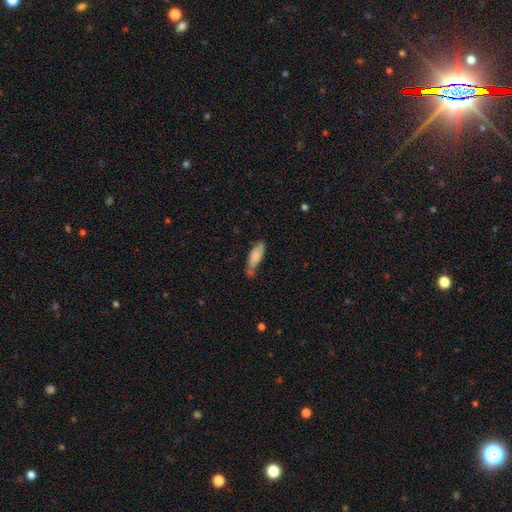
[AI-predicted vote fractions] Q: Smooth or featured?
A: smooth (78%); runner-up: featured or disk (16%)
Q: How rounded?
A: in between (52%); runner-up: cigar-shaped (46%)
Q: Merging?
A: none (48%); runner-up: minor disturbance (28%)